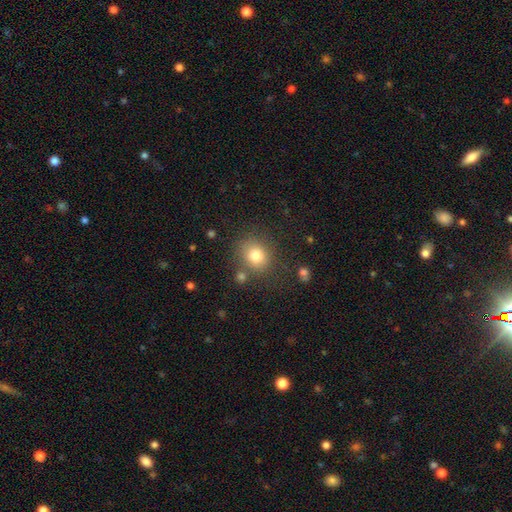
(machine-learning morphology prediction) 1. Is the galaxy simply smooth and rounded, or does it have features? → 78% smooth, 13% star or artifact, 9% featured or disk.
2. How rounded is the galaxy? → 75% round, 24% in between, 1% cigar-shaped.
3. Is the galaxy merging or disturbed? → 76% none, 12% minor disturbance, 8% merger, 5% major disturbance.